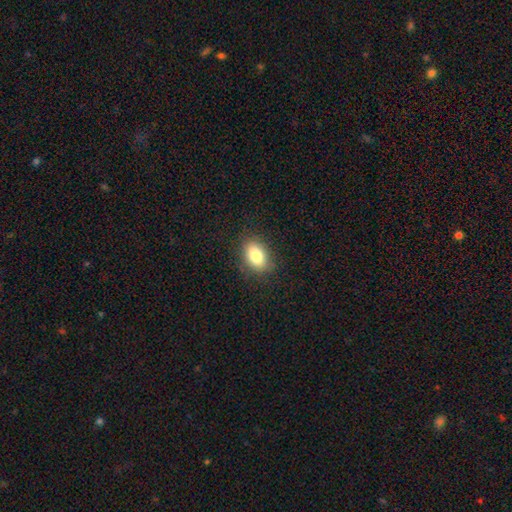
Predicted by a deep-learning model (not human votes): Q: Smooth or featured?
A: smooth (83%); runner-up: star or artifact (9%)
Q: How rounded?
A: in between (83%); runner-up: round (15%)
Q: Merging?
A: none (85%); runner-up: minor disturbance (11%)